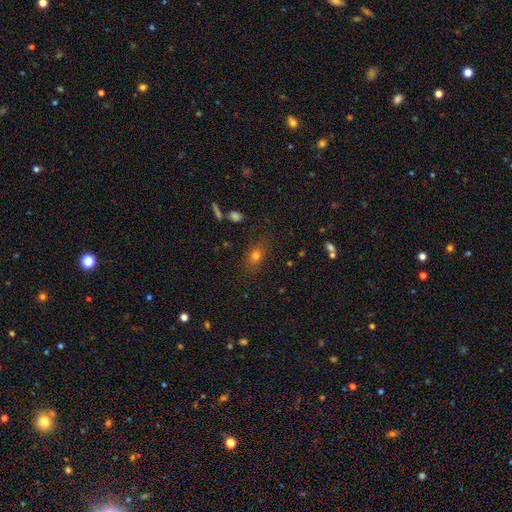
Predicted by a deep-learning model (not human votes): Q: Smooth or featured?
A: smooth (75%); runner-up: star or artifact (13%)
Q: How rounded?
A: in between (65%); runner-up: round (31%)
Q: Merging?
A: none (78%); runner-up: minor disturbance (15%)